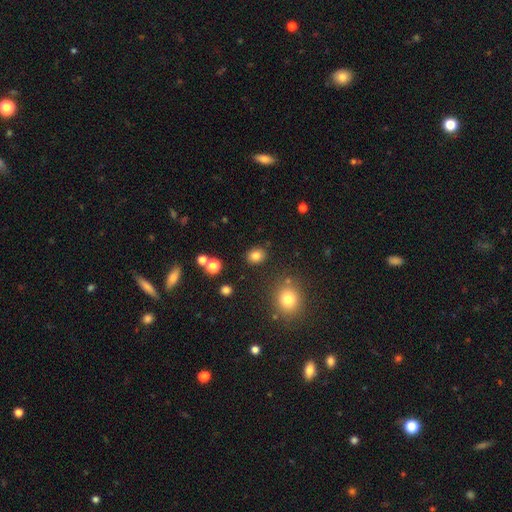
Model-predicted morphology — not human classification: Smooth or featured? Predicted: smooth (p=0.81). How rounded? Predicted: round (p=0.59). Merging? Predicted: none (p=0.86).